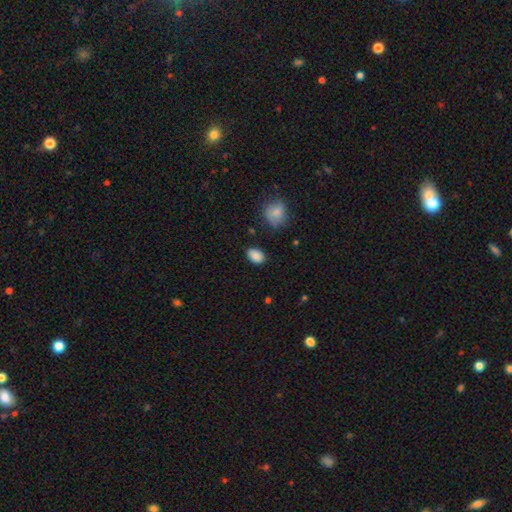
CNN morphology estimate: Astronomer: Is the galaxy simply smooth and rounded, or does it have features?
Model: smooth — 87%.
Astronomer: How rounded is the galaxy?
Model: in between — 80%.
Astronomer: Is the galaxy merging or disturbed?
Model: none — 80%.